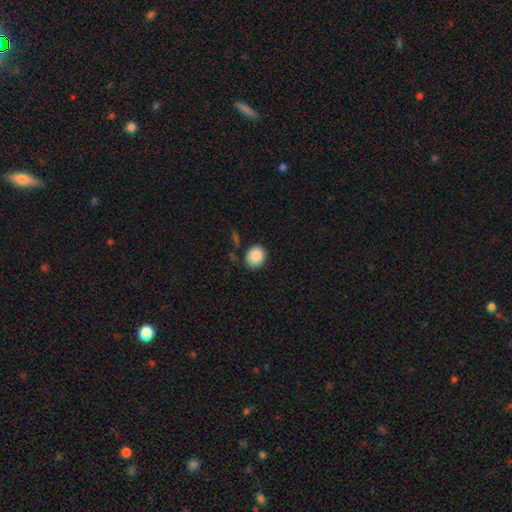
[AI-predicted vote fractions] Morphology: type=smooth (88%); roundness=round (74%); merging=none (82%).